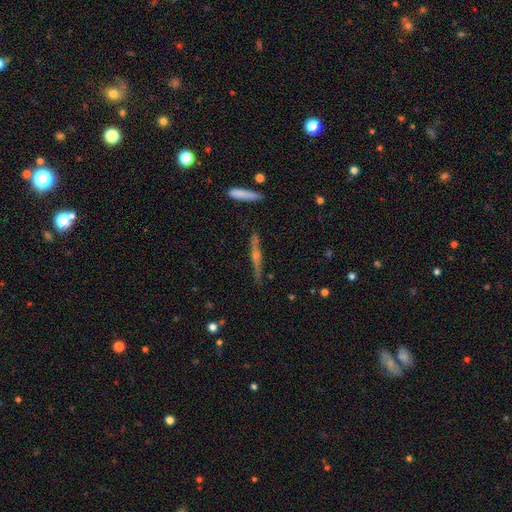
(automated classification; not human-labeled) Overall: featured or disk (66%). Edge-on disk: yes (96%). Edge-on bulge: rounded (61%; none 27%). Merging: none (81%).